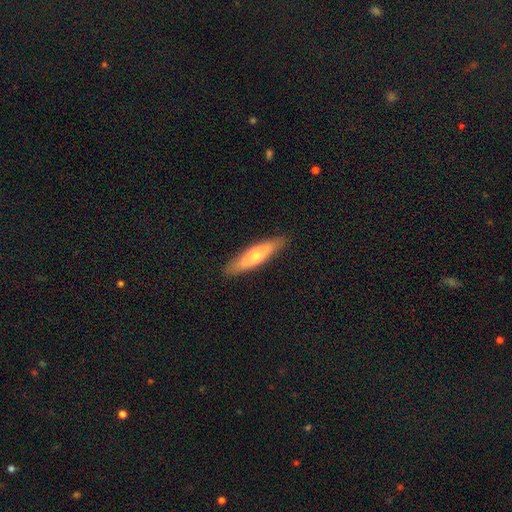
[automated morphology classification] Smooth or featured? Predicted: smooth (p=0.59). How rounded? Predicted: cigar-shaped (p=0.74). Merging? Predicted: none (p=0.88).